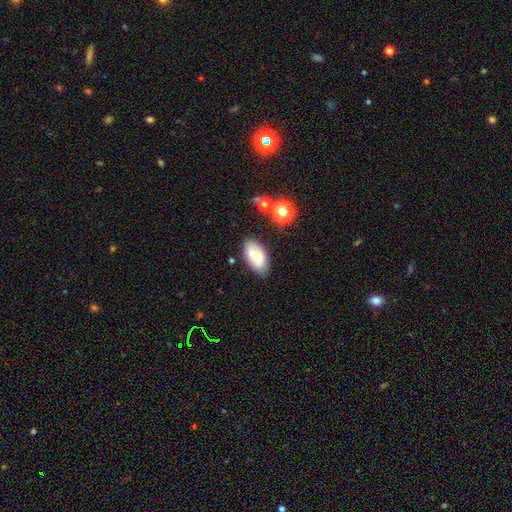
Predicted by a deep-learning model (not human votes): The model was most divided on "smooth or featured": smooth: 68%, featured or disk: 24%, star or artifact: 8%. More confident: how rounded — in between (93%); merging — none (81%).